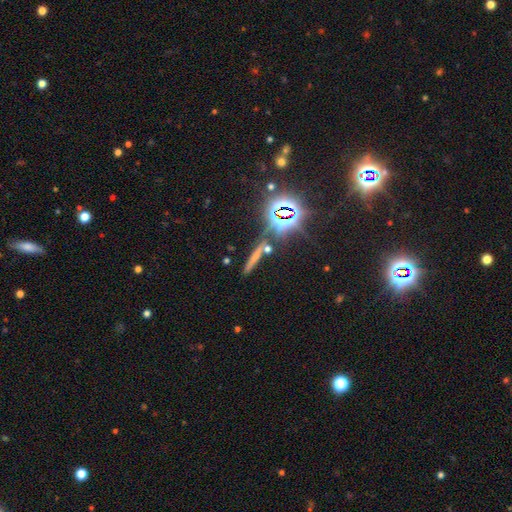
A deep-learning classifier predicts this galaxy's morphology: Smooth or featured? Predicted: smooth (p=0.48). Merging? Predicted: none (p=0.77).